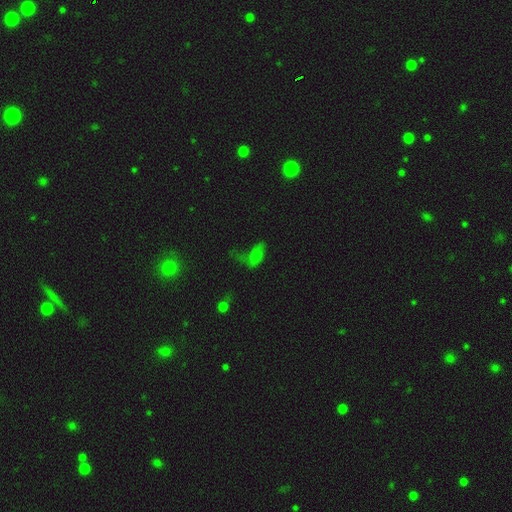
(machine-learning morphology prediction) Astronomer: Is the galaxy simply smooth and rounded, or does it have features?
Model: smooth — 60%.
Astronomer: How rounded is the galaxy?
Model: in between — 86%.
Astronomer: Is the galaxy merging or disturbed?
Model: major disturbance — 42% (runner-up: none, 26%).